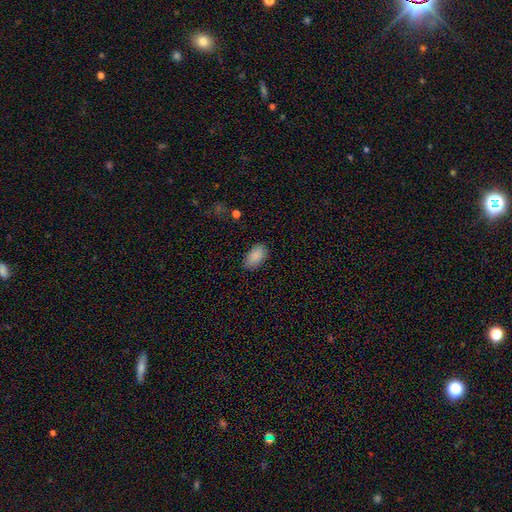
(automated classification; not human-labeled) This appears to be a smooth galaxy with no disk features (88%) that is in between round and cigar-shaped (93%). Merging: none (82%).